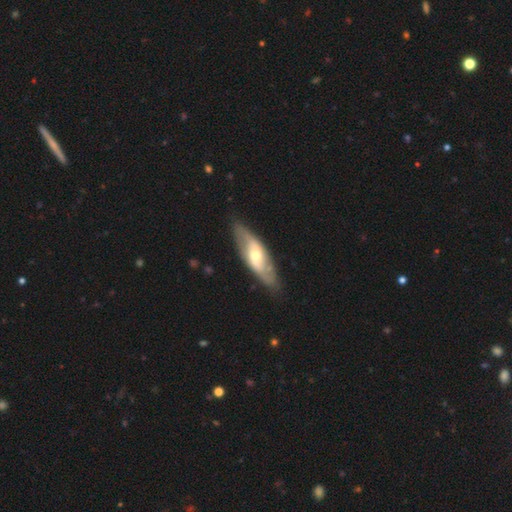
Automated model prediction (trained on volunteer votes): smooth-or-featured: featured or disk: 62% | smooth: 33% | star or artifact: 5%
  disk-edge-on: no: 74% | yes: 26%
  merging: none: 82% | minor disturbance: 13% | major disturbance: 4% | merger: 2%